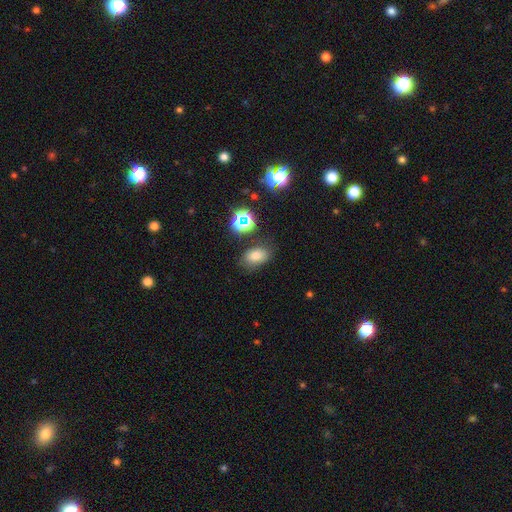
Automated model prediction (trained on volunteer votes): Smooth or featured? smooth (70%)
How rounded? in between (82%)
Merging? none (76%)